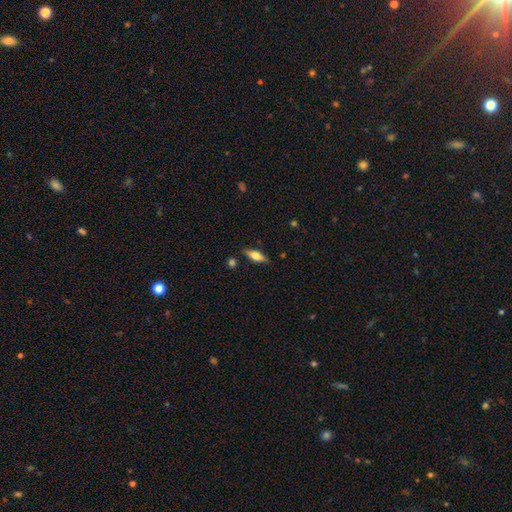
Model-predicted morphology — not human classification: The model was most divided on "smooth or featured": smooth: 61%, featured or disk: 32%, star or artifact: 7%. More confident: merging — none (83%); how rounded — in between (66%).